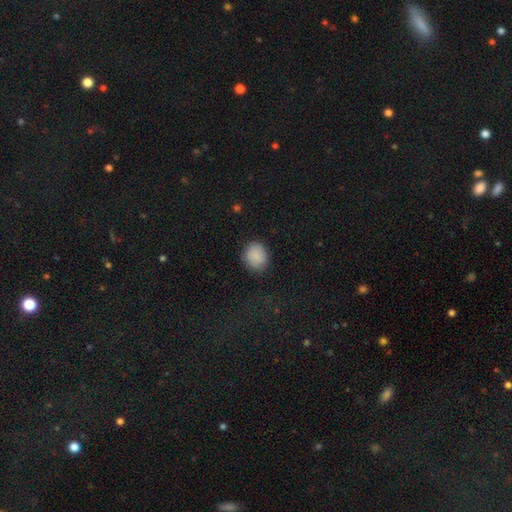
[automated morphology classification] This appears to be a smooth galaxy with no disk features (87%) that is round (68%). Merging: none (84%).